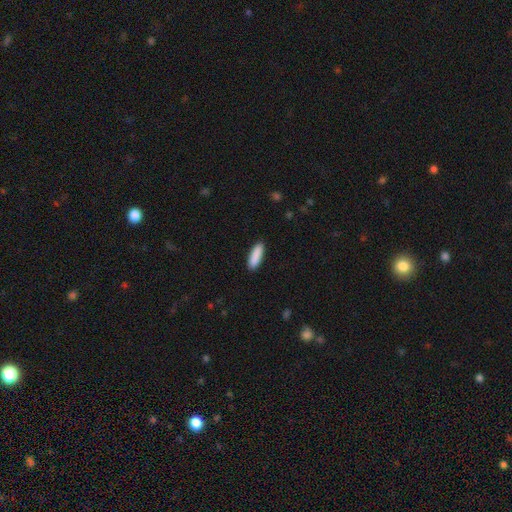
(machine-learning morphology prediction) Q: Smooth or featured?
A: smooth (90%); runner-up: star or artifact (6%)
Q: How rounded?
A: cigar-shaped (55%); runner-up: in between (44%)
Q: Merging?
A: none (90%); runner-up: minor disturbance (7%)